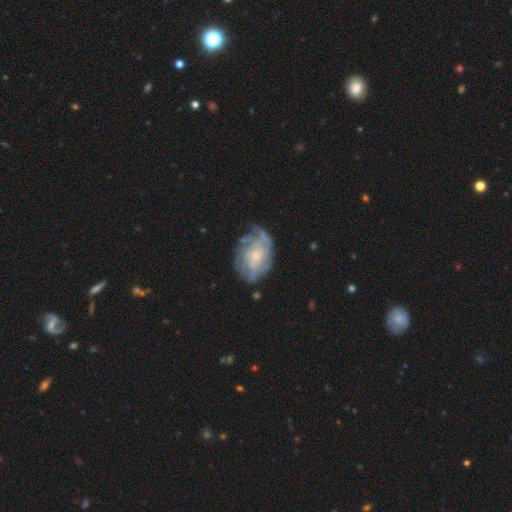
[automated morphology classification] Smooth or featured? featured or disk (69%)
Edge-on disk? no (97%)
Bar? no (76%)
Spiral arms? yes (76%)
Spiral winding? tight (52%)
Spiral arm count? can't tell (57%)
Bulge size? small (52%)
Merging? none (60%)